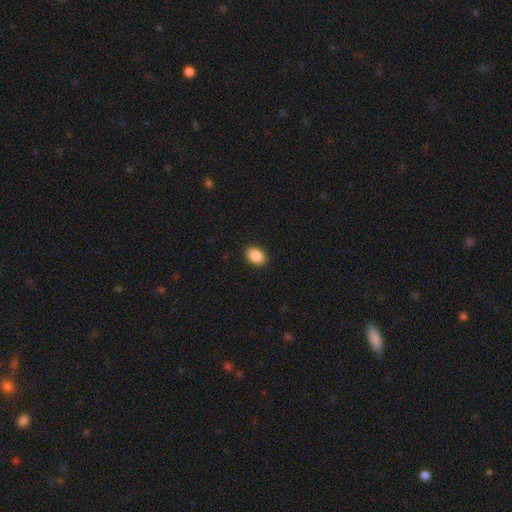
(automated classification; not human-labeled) Smooth or featured?
  - smooth: 89% *
  - star or artifact: 8%
  - featured or disk: 4%
How rounded?
  - in between: 84% *
  - round: 15%
  - cigar-shaped: 1%
Merging?
  - none: 90% *
  - minor disturbance: 7%
  - major disturbance: 2%
  - merger: 1%